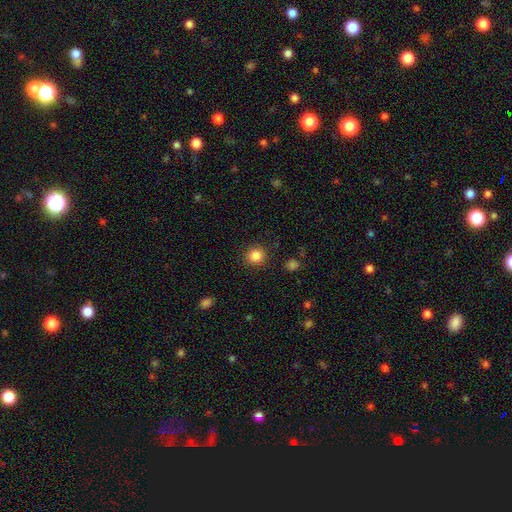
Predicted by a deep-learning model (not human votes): Morphology: type=smooth (85%); roundness=round (91%); merging=none (90%).